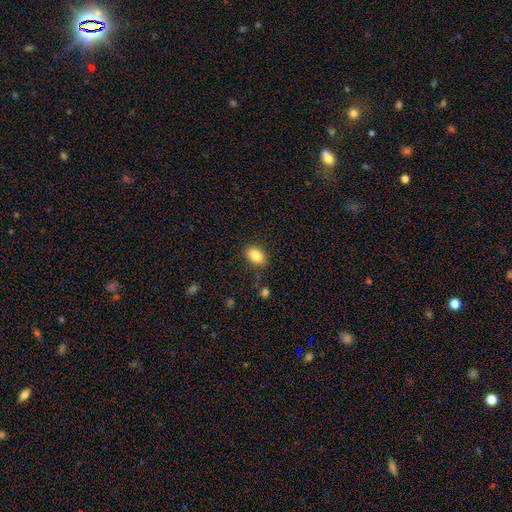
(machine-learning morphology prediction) Smooth or featured? smooth (86%)
How rounded? in between (85%)
Merging? none (86%)